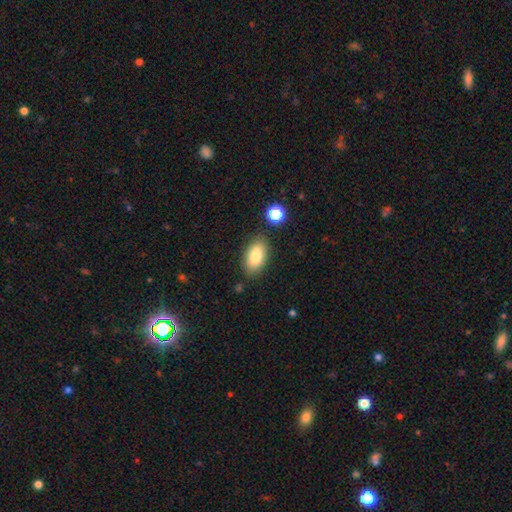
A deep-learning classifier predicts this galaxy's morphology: Q: Smooth or featured?
A: smooth (82%); runner-up: featured or disk (10%)
Q: How rounded?
A: in between (92%); runner-up: round (5%)
Q: Merging?
A: none (82%); runner-up: minor disturbance (11%)